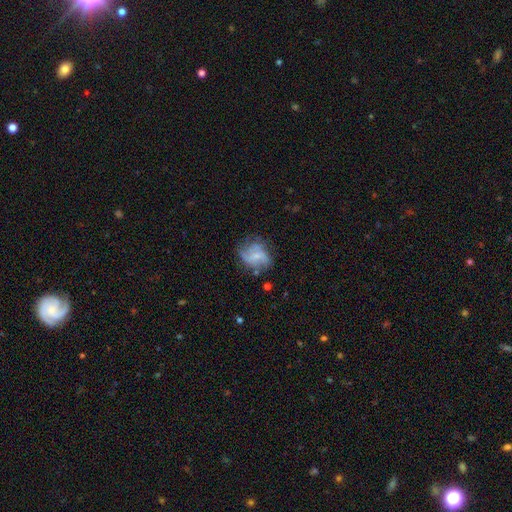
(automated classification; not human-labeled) Q: Smooth or featured?
A: featured or disk (57%); runner-up: smooth (33%)
Q: Edge-on disk?
A: no (97%); runner-up: yes (3%)
Q: Bar?
A: no (59%); runner-up: weak (33%)
Q: Spiral arms?
A: yes (69%); runner-up: no (31%)
Q: Bulge size?
A: small (50%); runner-up: none (25%)
Q: Merging?
A: none (50%); runner-up: minor disturbance (26%)